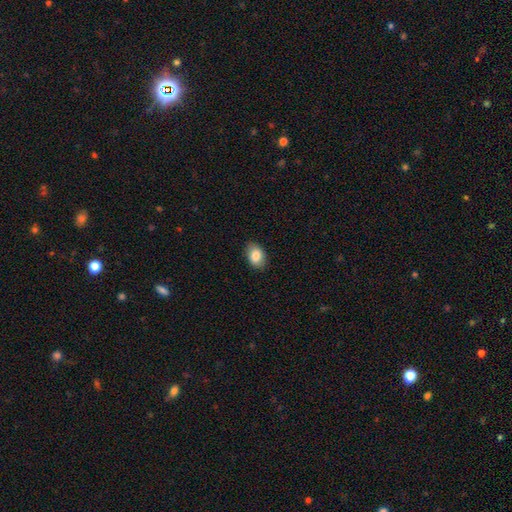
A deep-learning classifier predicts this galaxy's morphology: type=smooth (84%); roundness=in between (83%); merging=none (86%).